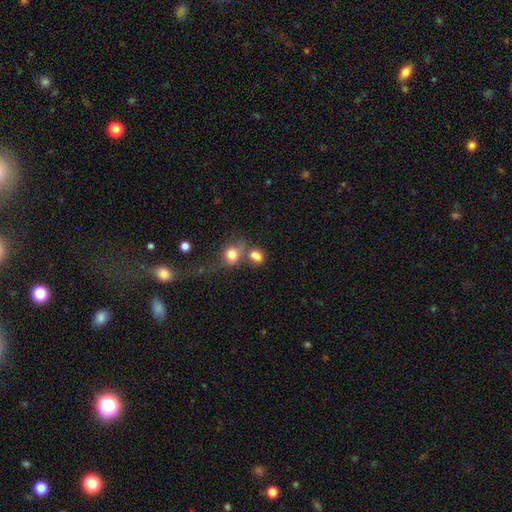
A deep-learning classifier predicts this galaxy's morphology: smooth-or-featured: smooth: 79% | star or artifact: 12% | featured or disk: 10%
  how-rounded: in between: 62% | round: 36% | cigar-shaped: 2%
  merging: merger: 46% | none: 34% | minor disturbance: 11% | major disturbance: 9%